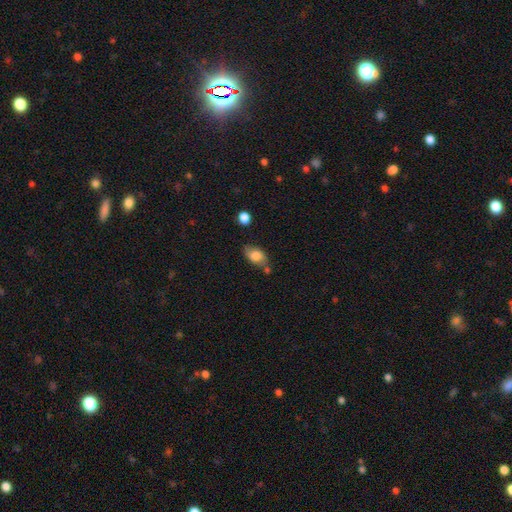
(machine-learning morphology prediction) Smooth or featured?
  - smooth: 71% *
  - featured or disk: 21%
  - star or artifact: 8%
How rounded?
  - in between: 83% *
  - round: 14%
  - cigar-shaped: 3%
Merging?
  - none: 60% *
  - minor disturbance: 24%
  - merger: 9%
  - major disturbance: 6%